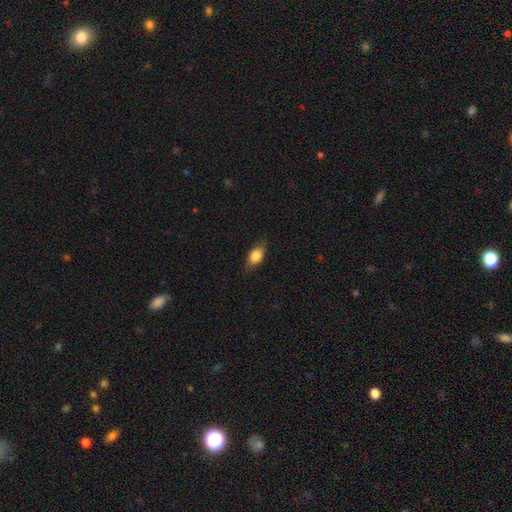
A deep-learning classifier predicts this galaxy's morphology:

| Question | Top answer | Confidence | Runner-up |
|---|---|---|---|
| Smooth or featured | smooth | 76% | featured or disk (17%) |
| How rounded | in between | 80% | cigar-shaped (10%) |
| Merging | none | 78% | minor disturbance (17%) |